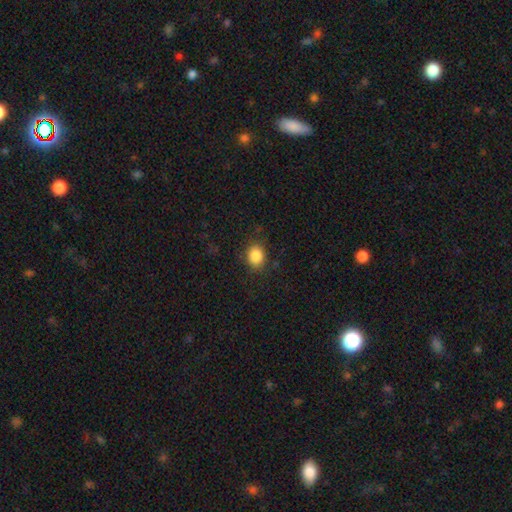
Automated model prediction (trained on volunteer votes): Smooth or featured?
  - smooth: 86% *
  - star or artifact: 9%
  - featured or disk: 4%
How rounded?
  - in between: 51% *
  - round: 48%
  - cigar-shaped: 1%
Merging?
  - none: 84% *
  - minor disturbance: 11%
  - major disturbance: 4%
  - merger: 1%